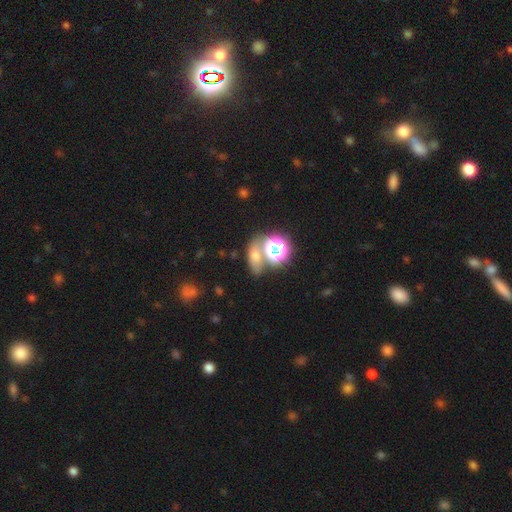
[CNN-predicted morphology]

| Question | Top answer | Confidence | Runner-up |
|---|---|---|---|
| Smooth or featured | smooth | 52% | star or artifact (33%) |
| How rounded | in between | 53% | round (40%) |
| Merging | none | 55% | merger (26%) |